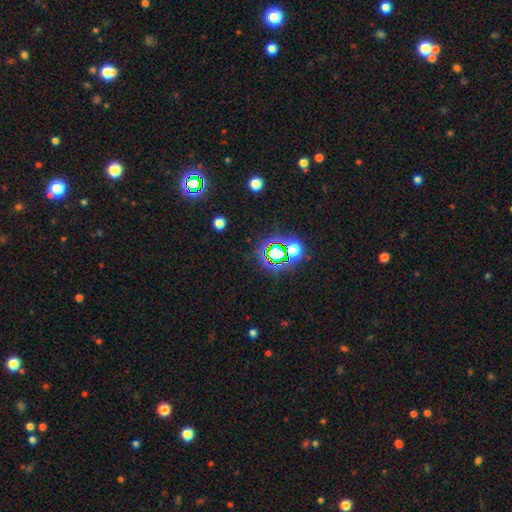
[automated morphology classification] This is likely a star or artifact rather than a galaxy (75%).